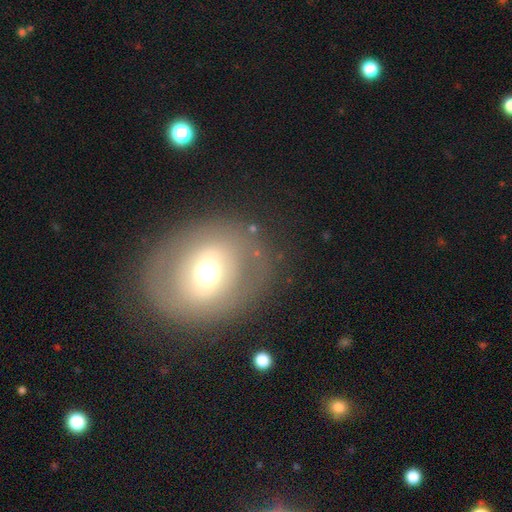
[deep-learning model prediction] Overall: featured or disk (48%; smooth 43%). Merging: none (79%).